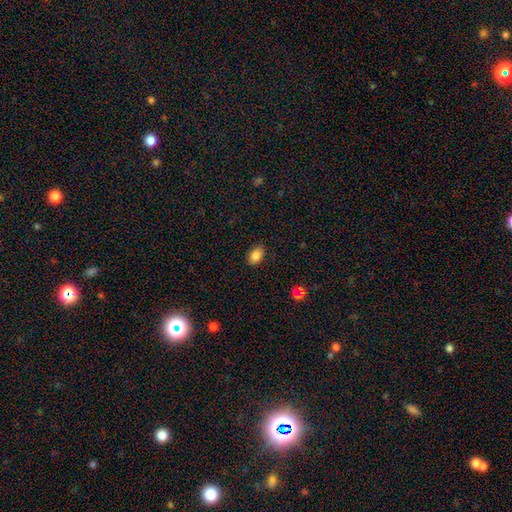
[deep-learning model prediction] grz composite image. It shows a smooth galaxy with no disk features (86%) that is in between round and cigar-shaped (83%). Merging: none (86%).